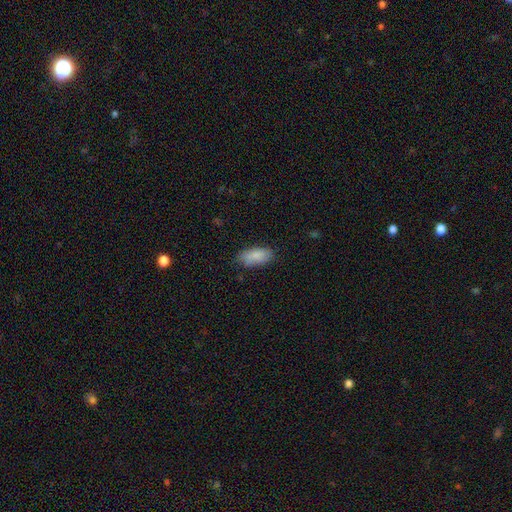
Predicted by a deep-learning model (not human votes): Smooth or featured?
  - smooth: 87% *
  - featured or disk: 7%
  - star or artifact: 6%
How rounded?
  - in between: 87% *
  - cigar-shaped: 11%
  - round: 2%
Merging?
  - none: 77% *
  - minor disturbance: 18%
  - major disturbance: 3%
  - merger: 1%